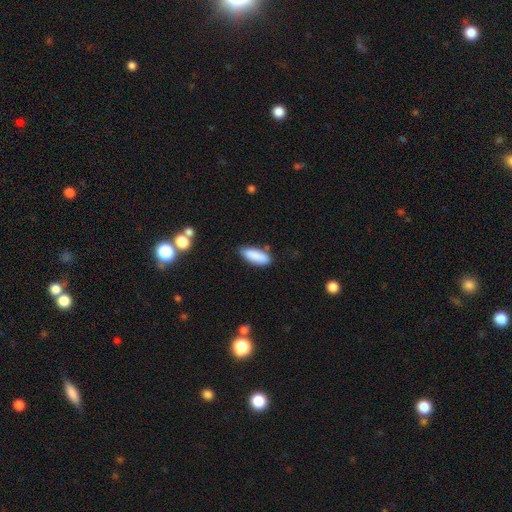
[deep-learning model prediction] Smooth or featured? Predicted: smooth (p=0.88). How rounded? Predicted: in between (p=0.69). Merging? Predicted: none (p=0.80).